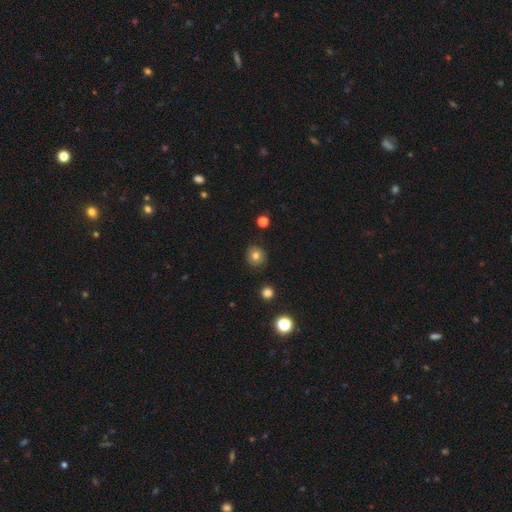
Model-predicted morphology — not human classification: Smooth or featured: smooth — 77% (star or artifact — 12%)
How rounded: round — 90% (in between — 9%)
Merging: none — 88% (minor disturbance — 8%)